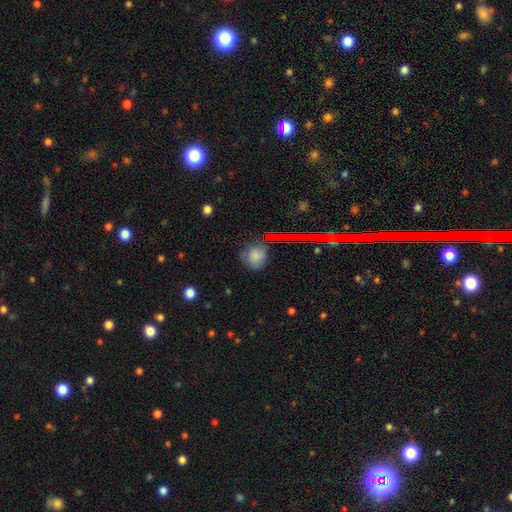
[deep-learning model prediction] Q: Smooth or featured?
A: smooth (75%); runner-up: star or artifact (15%)
Q: How rounded?
A: round (76%); runner-up: in between (22%)
Q: Merging?
A: none (65%); runner-up: minor disturbance (23%)